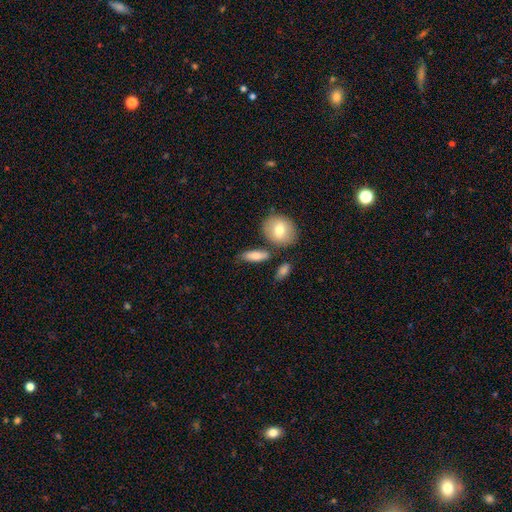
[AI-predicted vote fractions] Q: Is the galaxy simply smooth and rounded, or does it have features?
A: smooth — 78%.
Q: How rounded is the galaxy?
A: in between — 67%.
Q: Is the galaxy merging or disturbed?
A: none — 72%.